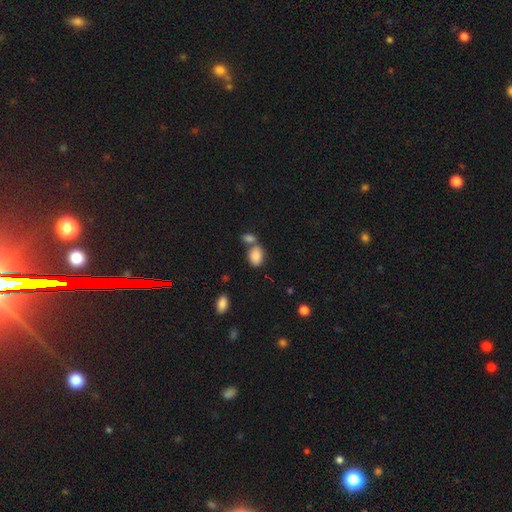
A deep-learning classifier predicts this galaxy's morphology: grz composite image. It shows a smooth galaxy with no disk features (86%) that is in between round and cigar-shaped (84%). Merging: none (49%).